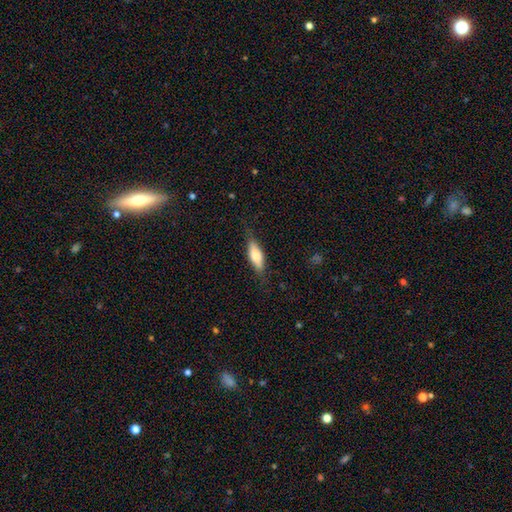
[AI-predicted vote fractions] Smooth or featured? smooth (69%)
How rounded? in between (60%)
Merging? none (76%)